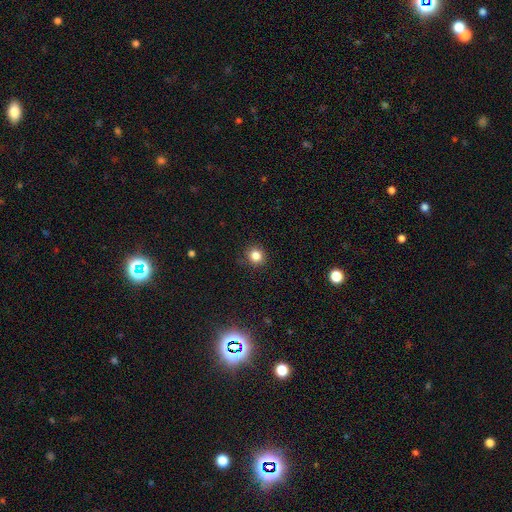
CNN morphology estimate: Q: Smooth or featured?
A: smooth (83%); runner-up: star or artifact (12%)
Q: How rounded?
A: round (90%); runner-up: in between (9%)
Q: Merging?
A: none (90%); runner-up: minor disturbance (7%)